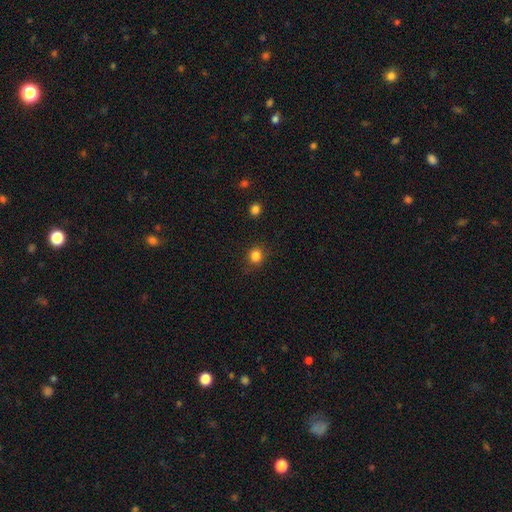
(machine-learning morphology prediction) smooth-or-featured: smooth: 84% | star or artifact: 12% | featured or disk: 4%
  how-rounded: round: 87% | in between: 12% | cigar-shaped: 1%
  merging: none: 86% | minor disturbance: 10% | major disturbance: 3% | merger: 2%